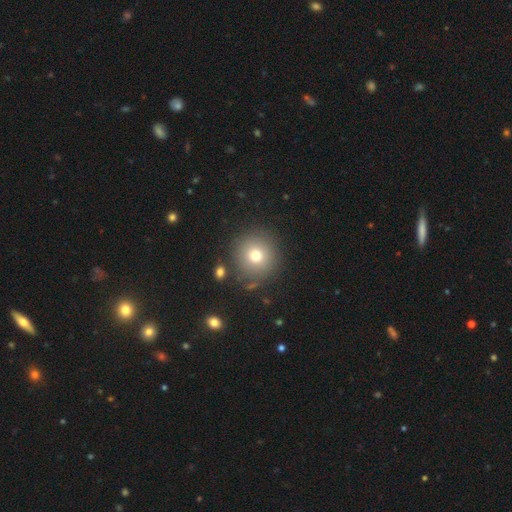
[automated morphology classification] Smooth or featured: smooth — 75% (featured or disk — 13%)
How rounded: round — 93% (in between — 6%)
Merging: none — 83% (minor disturbance — 9%)